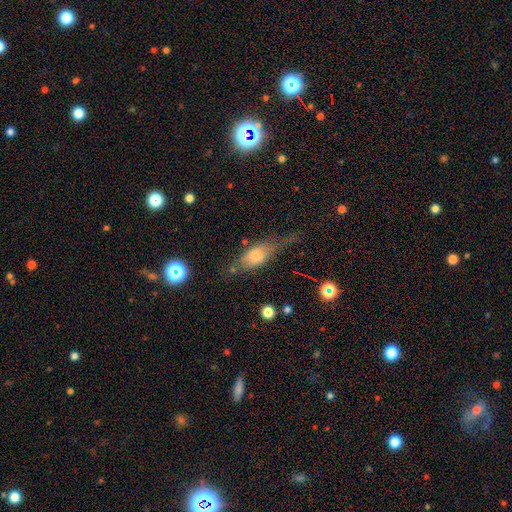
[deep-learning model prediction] smooth-or-featured: smooth: 58% | featured or disk: 33% | star or artifact: 9%
  how-rounded: in between: 67% | cigar-shaped: 27% | round: 5%
  merging: none: 46% | minor disturbance: 27% | major disturbance: 22% | merger: 5%